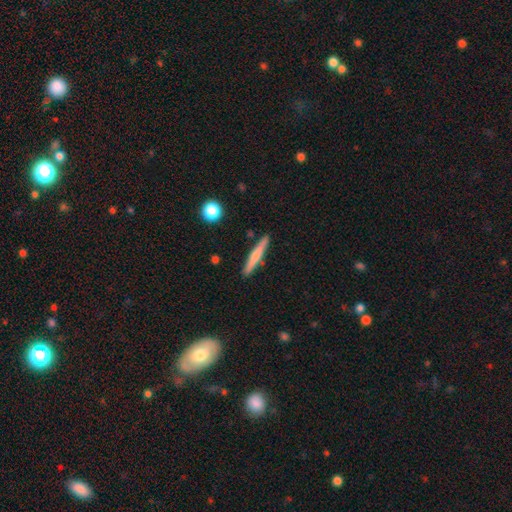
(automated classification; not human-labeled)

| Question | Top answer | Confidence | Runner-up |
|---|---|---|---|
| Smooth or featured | smooth | 57% | featured or disk (37%) |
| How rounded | cigar-shaped | 94% | in between (4%) |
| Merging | none | 89% | minor disturbance (8%) |